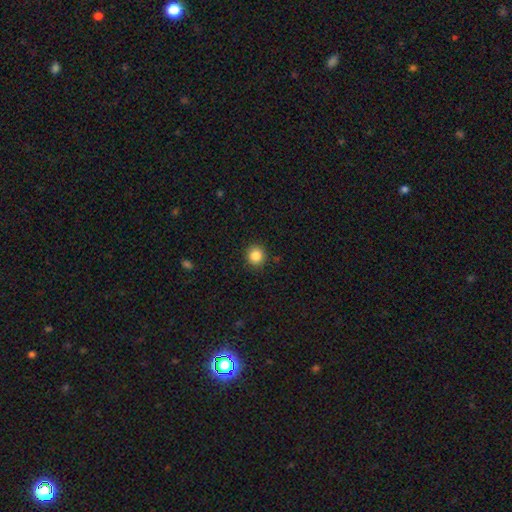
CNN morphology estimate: A smooth galaxy with no disk features (86%) that is round (90%).

Vote fractions:
- Smooth or featured? smooth: 86% / star or artifact: 10% / featured or disk: 4%
- How rounded? round: 90% / in between: 9% / cigar-shaped: 1%
- Merging? none: 90% / minor disturbance: 7% / major disturbance: 2% / merger: 1%